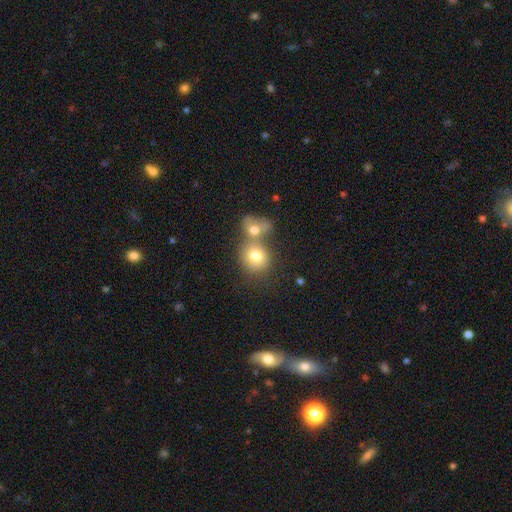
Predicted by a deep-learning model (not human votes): Smooth or featured?
  - smooth: 75% *
  - featured or disk: 15%
  - star or artifact: 10%
How rounded?
  - round: 76% *
  - in between: 23%
  - cigar-shaped: 1%
Merging?
  - merger: 54% *
  - none: 35%
  - minor disturbance: 8%
  - major disturbance: 4%